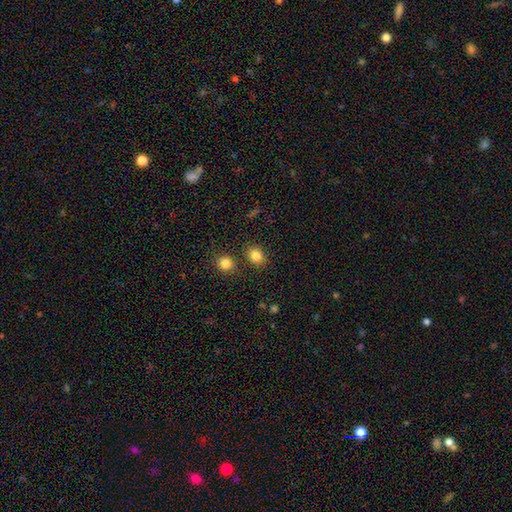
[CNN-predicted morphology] Smooth or featured: smooth — 85% (star or artifact — 10%)
How rounded: round — 50% (in between — 49%)
Merging: none — 80% (minor disturbance — 9%)